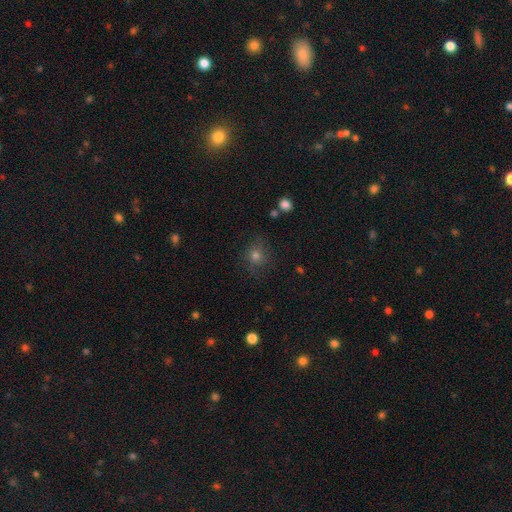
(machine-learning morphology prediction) smooth 58%, star or artifact 22%, featured or disk 20%. Down the decision tree: how rounded — round (79%); merging — none (73%).